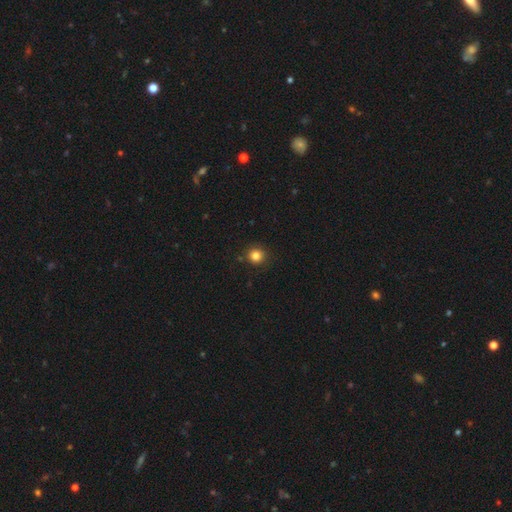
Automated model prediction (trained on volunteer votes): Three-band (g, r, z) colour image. It shows a smooth galaxy with no disk features (82%) that is round (93%). Merging: none (89%).